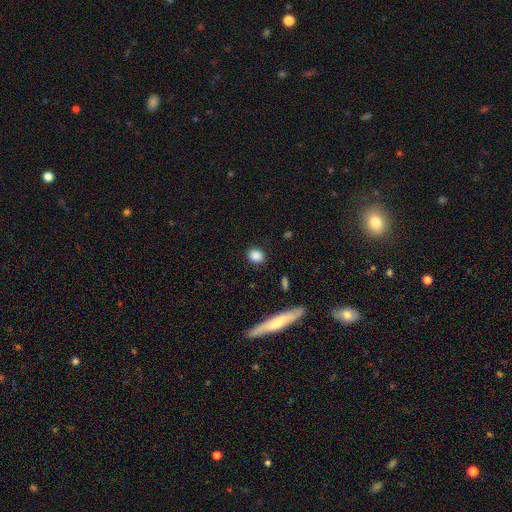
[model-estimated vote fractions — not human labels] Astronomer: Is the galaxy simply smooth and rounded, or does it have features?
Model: smooth — 87%.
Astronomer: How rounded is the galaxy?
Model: round — 58% (runner-up: in between, 39%).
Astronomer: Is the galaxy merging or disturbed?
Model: none — 88%.